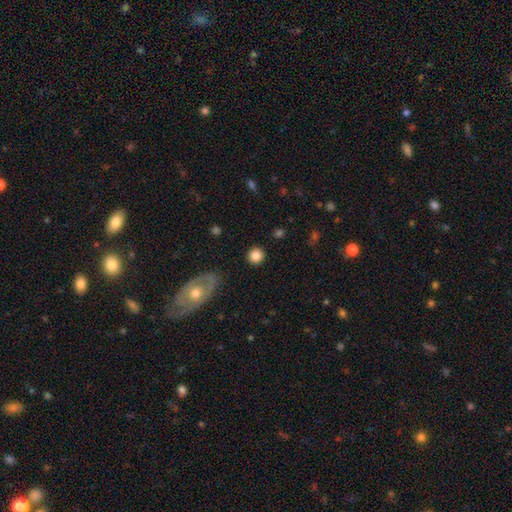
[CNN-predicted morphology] The model was most divided on "smooth or featured": smooth: 84%, star or artifact: 10%, featured or disk: 7%. More confident: how rounded — round (93%); merging — none (90%).